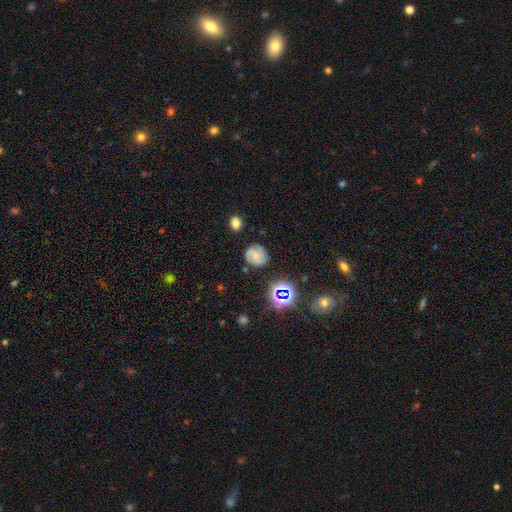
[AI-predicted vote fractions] Smooth or featured: featured or disk — 58% (smooth — 29%)
Edge-on disk: no — 97% (yes — 3%)
Bar: no — 59% (weak — 33%)
Spiral arms: yes — 91% (no — 9%)
Spiral winding: tight — 48% (medium — 41%)
Spiral arm count: 2 — 56% (3 — 18%)
Bulge size: small — 53% (none — 25%)
Merging: none — 74% (minor disturbance — 18%)